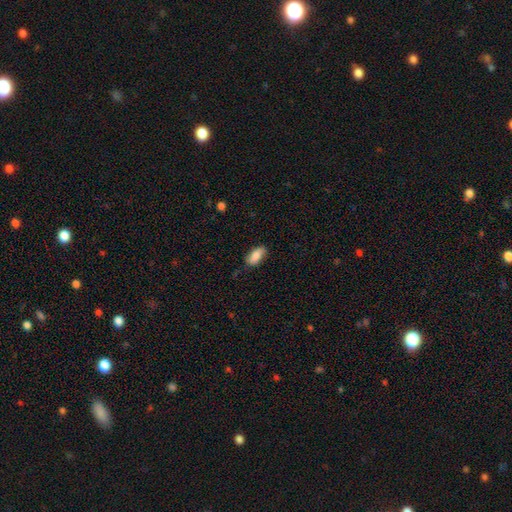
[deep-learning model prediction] The model was most divided on "merging": none: 78%, minor disturbance: 18%, major disturbance: 3%, merger: 1%. More confident: how rounded — in between (88%); smooth or featured — smooth (84%).